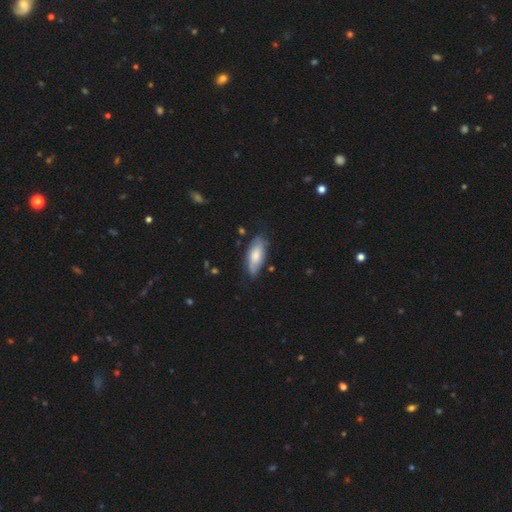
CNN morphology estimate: Smooth or featured? Predicted: smooth (p=0.58). How rounded? Predicted: in between (p=0.78). Merging? Predicted: none (p=0.72).